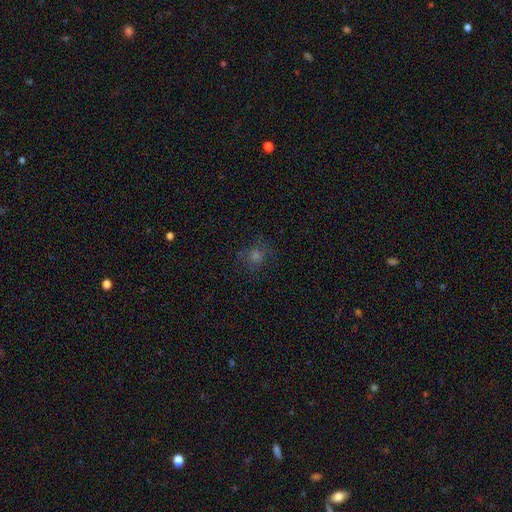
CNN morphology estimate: A smooth galaxy with no disk features (50%) that is round (83%). Merging: none (75%).